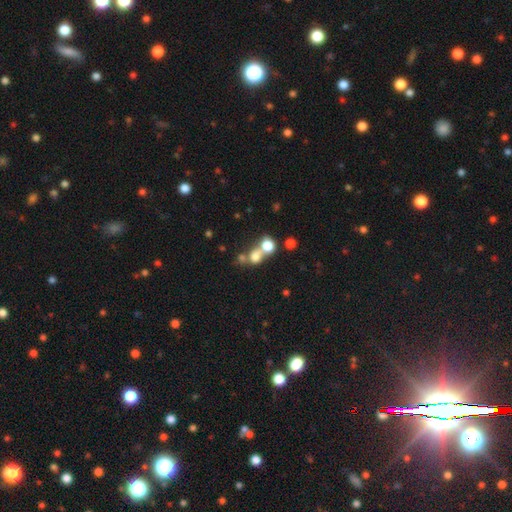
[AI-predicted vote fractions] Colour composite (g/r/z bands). It shows a smooth galaxy with no disk features (69%) that is round (72%). Merging: merger (57%).